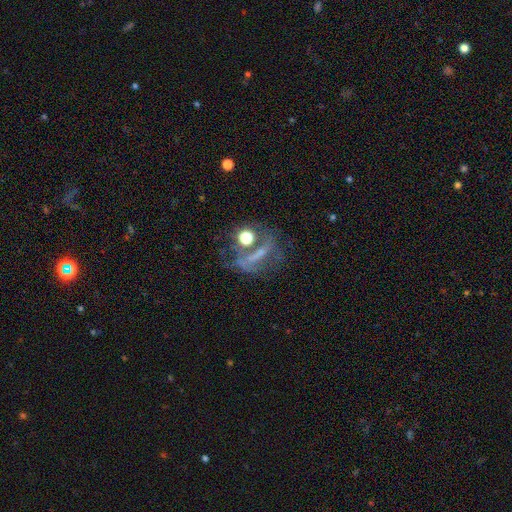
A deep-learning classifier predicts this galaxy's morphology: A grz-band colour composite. It shows a featured or disk galaxy (45%). Merging: none (42%).